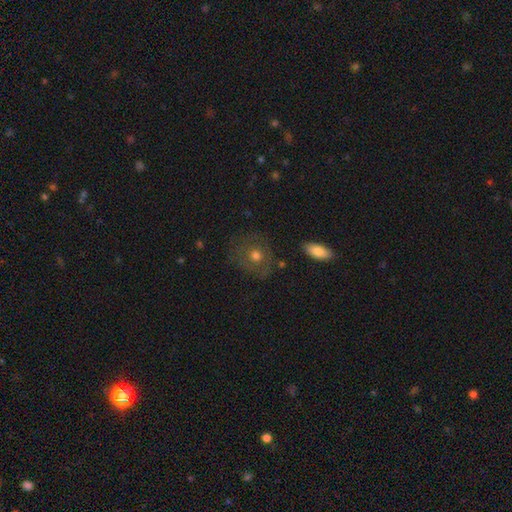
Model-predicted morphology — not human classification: This appears to be a smooth galaxy with no disk features (58%) that is round (80%). Merging: none (78%).